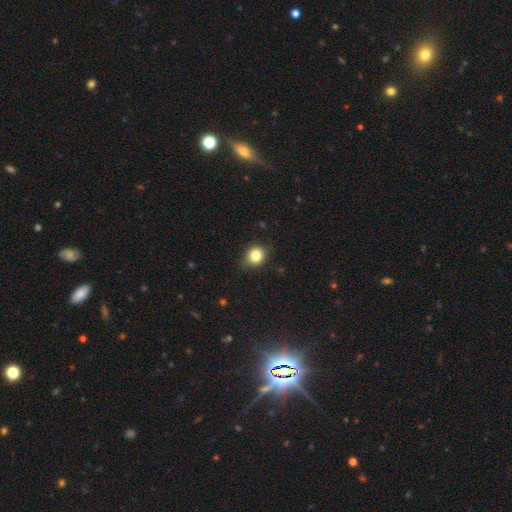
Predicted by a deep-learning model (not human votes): Q: Smooth or featured?
A: smooth (83%); runner-up: star or artifact (11%)
Q: How rounded?
A: round (78%); runner-up: in between (21%)
Q: Merging?
A: none (78%); runner-up: minor disturbance (18%)